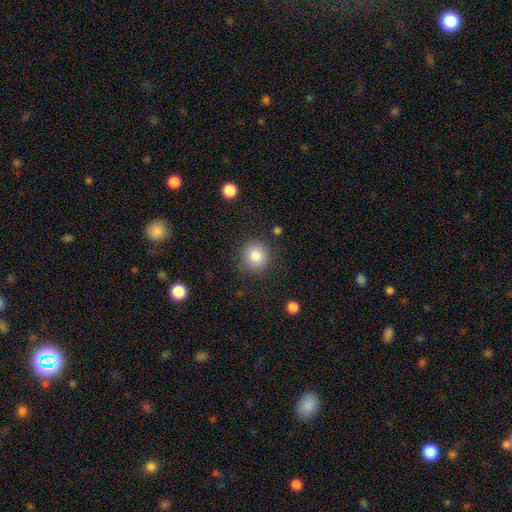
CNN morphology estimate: smooth-or-featured: smooth: 84% | star or artifact: 10% | featured or disk: 6%
  how-rounded: round: 93% | in between: 6% | cigar-shaped: 1%
  merging: none: 87% | minor disturbance: 8% | major disturbance: 3% | merger: 2%